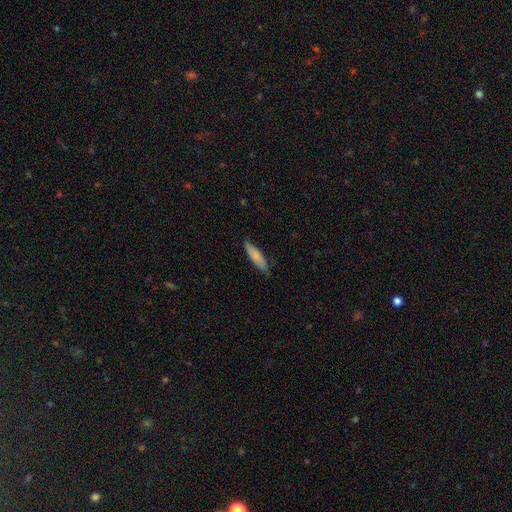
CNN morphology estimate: smooth 79%, featured or disk 16%, star or artifact 6%. Down the decision tree: how rounded — cigar-shaped (71%); merging — none (79%).